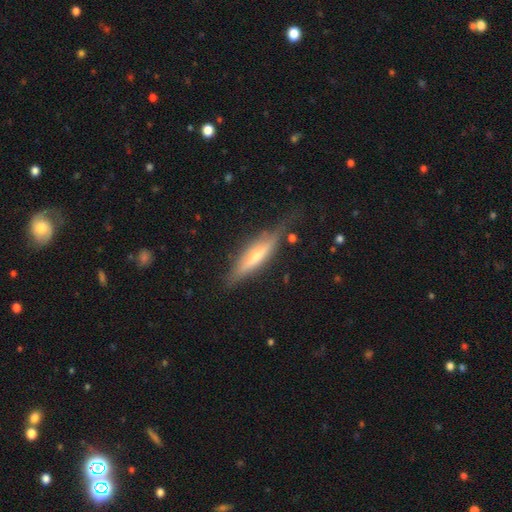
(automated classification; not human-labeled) Morphology: type=featured or disk (63%); edge-on=yes (91%); edge-on bulge=rounded (74%); merging=none (68%).